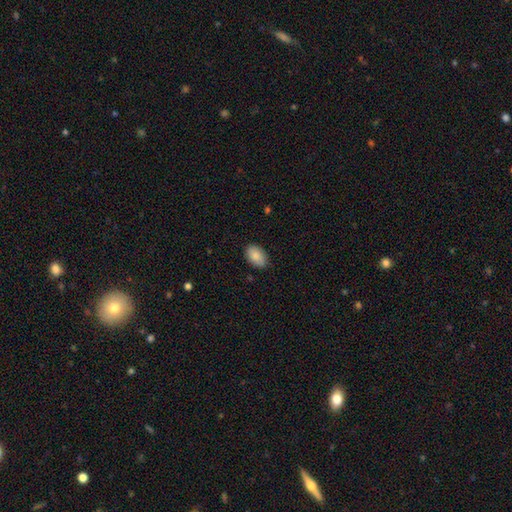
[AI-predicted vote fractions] smooth_or_featured: smooth (p=0.87) [alt: featured or disk p=0.07]
how_rounded: in between (p=0.89) [alt: round p=0.10]
merging: none (p=0.84) [alt: minor disturbance p=0.13]